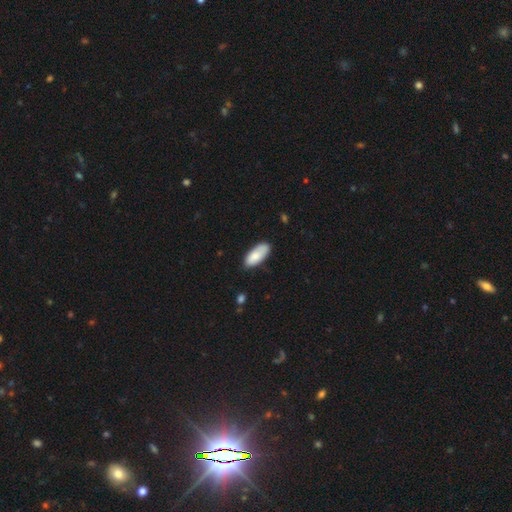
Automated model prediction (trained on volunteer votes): The model was most divided on "merging": none: 76%, minor disturbance: 19%, major disturbance: 3%, merger: 2%. More confident: how rounded — in between (88%); smooth or featured — smooth (81%).